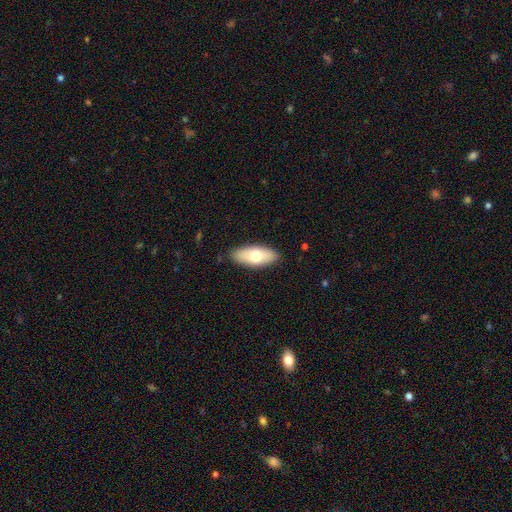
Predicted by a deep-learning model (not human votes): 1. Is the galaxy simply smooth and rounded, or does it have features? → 66% smooth, 28% featured or disk, 6% star or artifact.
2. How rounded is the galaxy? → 84% in between, 13% cigar-shaped, 3% round.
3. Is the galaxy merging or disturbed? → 86% none, 10% minor disturbance, 2% major disturbance, 1% merger.